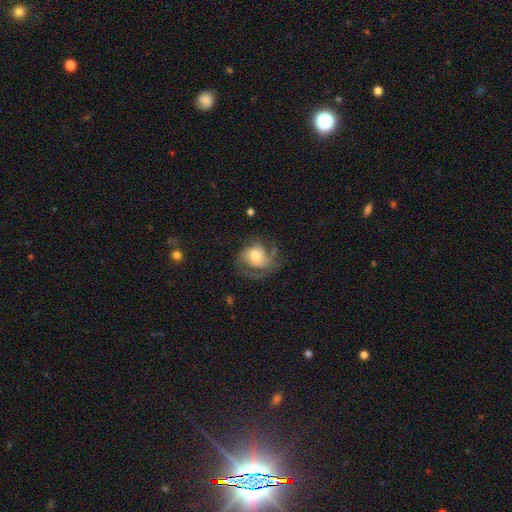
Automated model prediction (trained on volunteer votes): Smooth or featured?
  - featured or disk: 64% *
  - smooth: 28%
  - star or artifact: 8%
Edge-on disk?
  - no: 97% *
  - yes: 3%
Bar?
  - no: 70% *
  - weak: 25%
  - strong: 5%
Spiral arms?
  - yes: 86% *
  - no: 14%
Spiral winding?
  - medium: 45% *
  - tight: 30%
  - loose: 25%
Spiral arm count?
  - 2: 33% *
  - can't tell: 23%
  - 3: 23%
  - 1: 12%
  - 4: 5%
  - more than 4: 4%
Bulge size?
  - moderate: 46% *
  - large: 33%
  - small: 13%
  - dominant: 4%
  - none: 4%
Merging?
  - none: 50% *
  - major disturbance: 26%
  - minor disturbance: 22%
  - merger: 2%